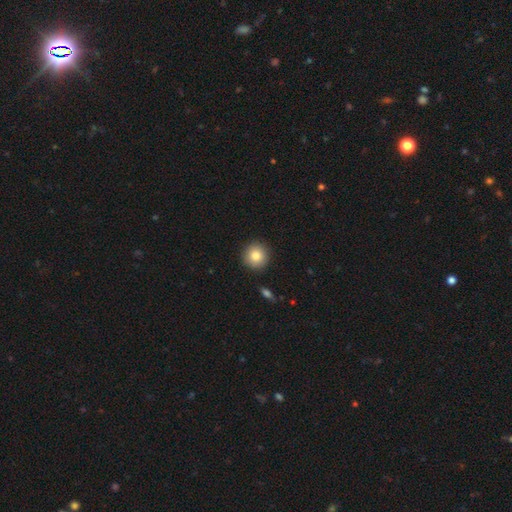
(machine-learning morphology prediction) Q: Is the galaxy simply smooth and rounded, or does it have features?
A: smooth — 83%.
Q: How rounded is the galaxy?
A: round — 94%.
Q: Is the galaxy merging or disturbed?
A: none — 91%.